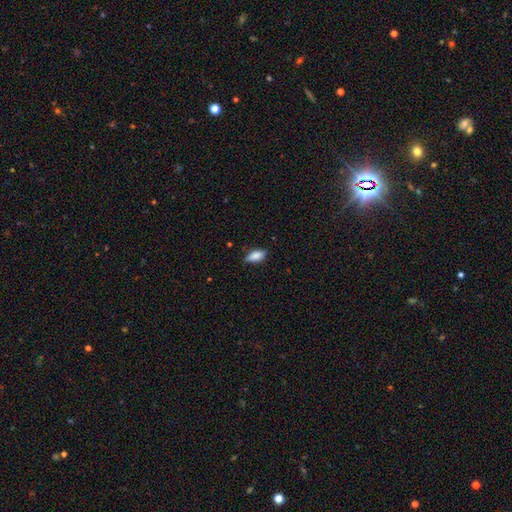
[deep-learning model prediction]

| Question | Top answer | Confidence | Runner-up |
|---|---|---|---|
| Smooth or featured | smooth | 81% | featured or disk (12%) |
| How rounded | in between | 83% | cigar-shaped (14%) |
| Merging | none | 78% | minor disturbance (18%) |